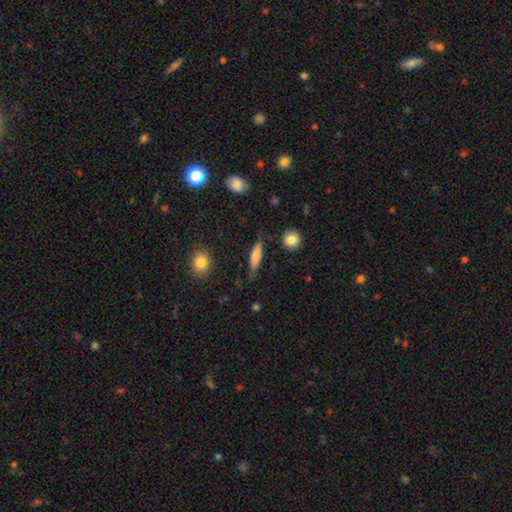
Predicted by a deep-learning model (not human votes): The model was most divided on "smooth or featured": smooth: 66%, featured or disk: 27%, star or artifact: 7%. More confident: merging — none (74%); how rounded — cigar-shaped (72%).